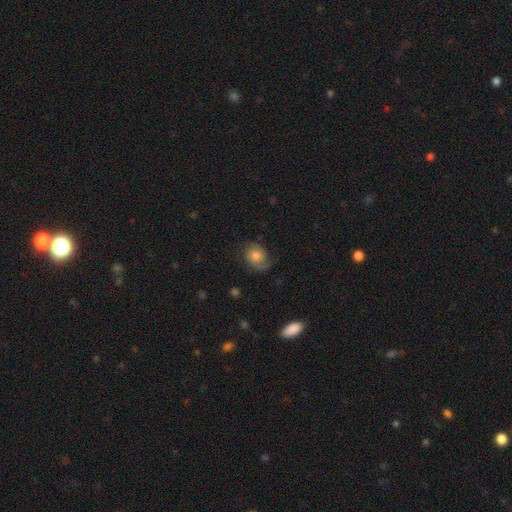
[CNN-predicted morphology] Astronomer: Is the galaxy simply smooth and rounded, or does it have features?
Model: featured or disk — 49% (runner-up: smooth, 42%).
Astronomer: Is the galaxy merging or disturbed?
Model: none — 62%.